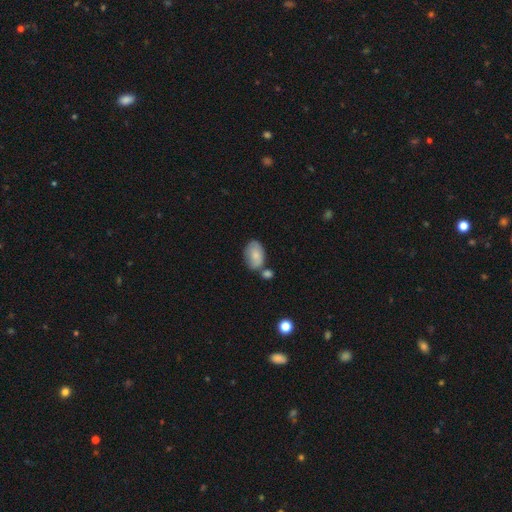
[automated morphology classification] Smooth or featured: smooth — 76% (featured or disk — 18%)
How rounded: in between — 90% (round — 9%)
Merging: none — 48% (minor disturbance — 23%)